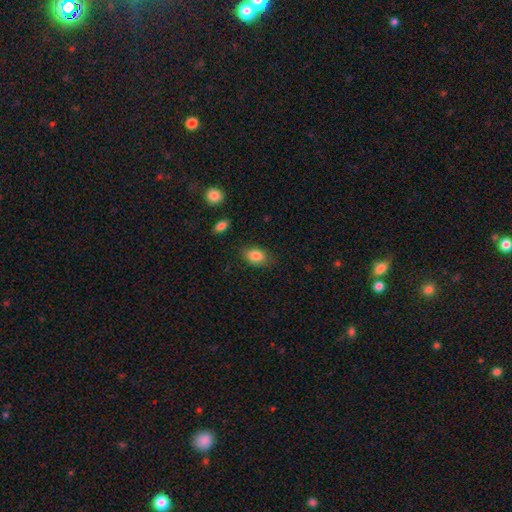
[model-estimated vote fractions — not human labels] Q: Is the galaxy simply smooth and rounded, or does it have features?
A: smooth — 85%.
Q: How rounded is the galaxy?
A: in between — 78%.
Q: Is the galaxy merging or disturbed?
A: none — 80%.